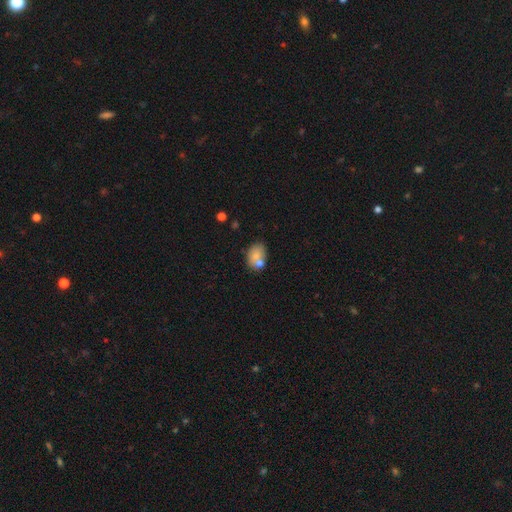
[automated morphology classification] Smooth or featured? smooth (75%)
How rounded? in between (77%)
Merging? none (58%)